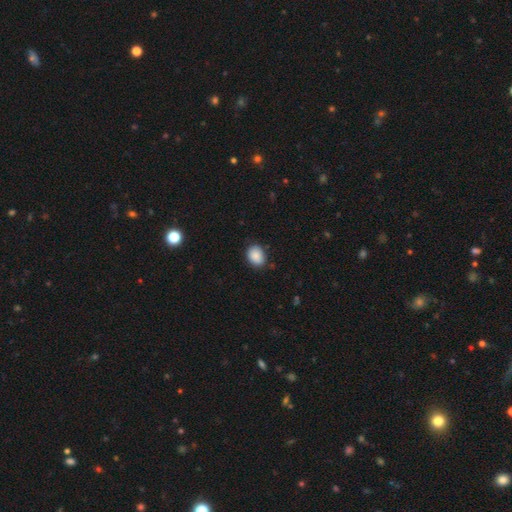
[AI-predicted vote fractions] This appears to be a smooth galaxy with no disk features (89%) that is in between round and cigar-shaped (58%). Merging: none (82%).